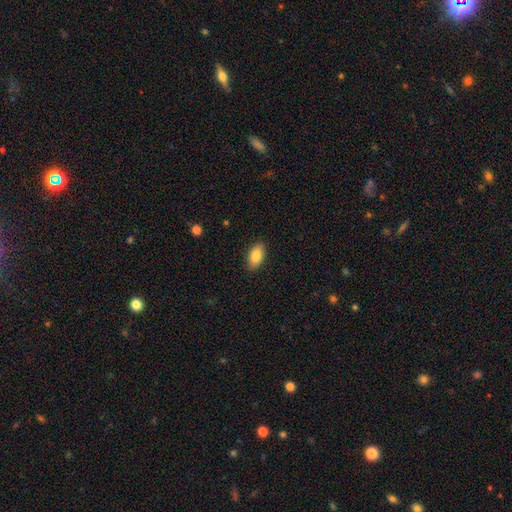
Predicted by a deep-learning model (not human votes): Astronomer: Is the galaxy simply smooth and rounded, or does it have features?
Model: smooth — 87%.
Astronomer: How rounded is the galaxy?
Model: in between — 93%.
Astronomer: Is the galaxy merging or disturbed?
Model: none — 89%.